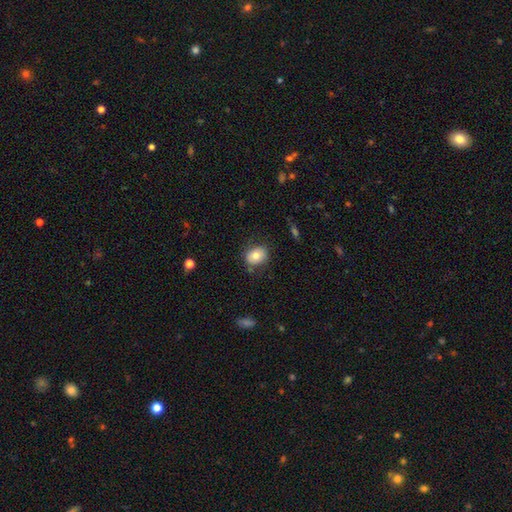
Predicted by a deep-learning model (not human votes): Overall: smooth (75%). How rounded: round (54%; in between 45%). Merging: none (74%).